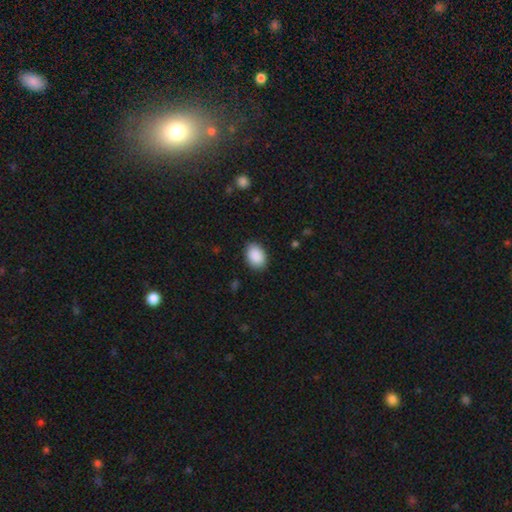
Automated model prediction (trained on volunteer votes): smooth-or-featured: smooth: 91% | star or artifact: 6% | featured or disk: 3%
  how-rounded: in between: 82% | round: 17% | cigar-shaped: 1%
  merging: none: 88% | minor disturbance: 9% | major disturbance: 2% | merger: 1%